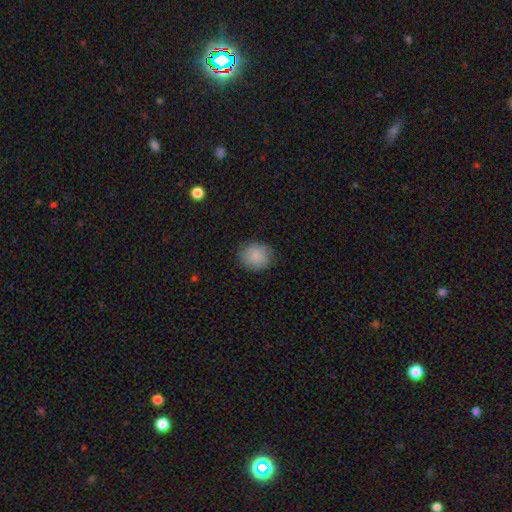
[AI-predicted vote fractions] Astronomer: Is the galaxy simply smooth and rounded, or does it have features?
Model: smooth — 87%.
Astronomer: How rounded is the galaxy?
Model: round — 75%.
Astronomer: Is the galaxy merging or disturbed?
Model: none — 85%.